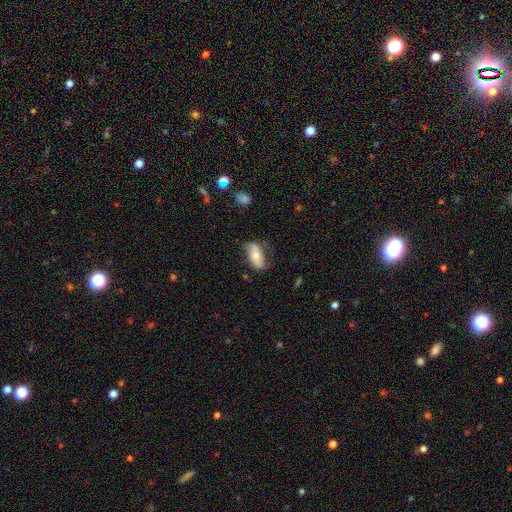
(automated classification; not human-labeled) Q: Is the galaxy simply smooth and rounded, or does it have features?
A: smooth — 52%.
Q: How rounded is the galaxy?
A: in between — 90%.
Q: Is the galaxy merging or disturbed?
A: none — 64%.